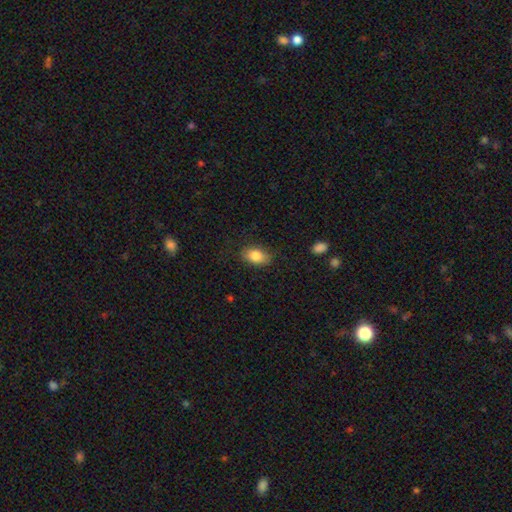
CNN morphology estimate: Q: Smooth or featured?
A: smooth (83%); runner-up: featured or disk (9%)
Q: How rounded?
A: in between (86%); runner-up: round (12%)
Q: Merging?
A: none (80%); runner-up: minor disturbance (15%)